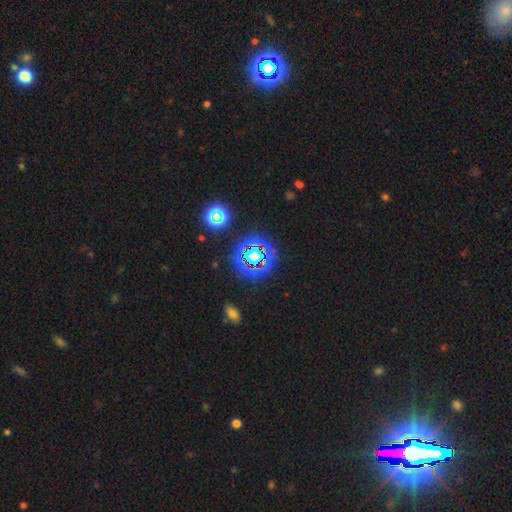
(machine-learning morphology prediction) Smooth or featured?
  - star or artifact: 71% *
  - smooth: 17%
  - featured or disk: 11%